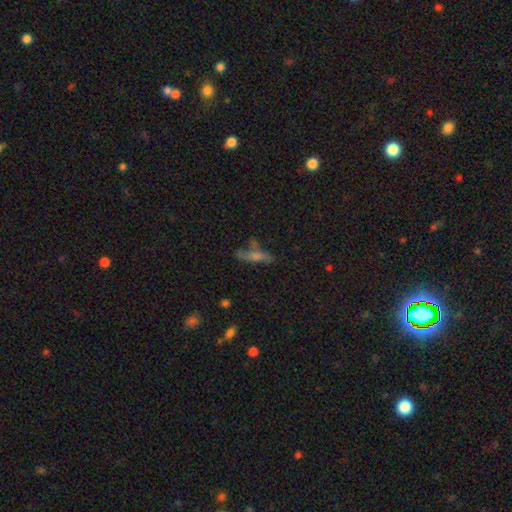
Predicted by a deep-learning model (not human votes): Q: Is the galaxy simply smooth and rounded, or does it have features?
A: smooth — 42%.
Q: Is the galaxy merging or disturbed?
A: none — 60%.